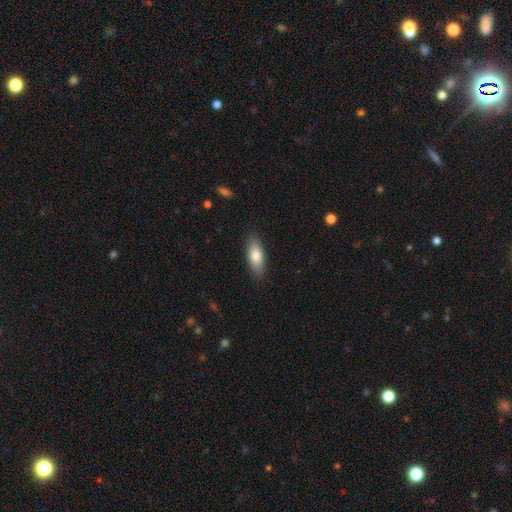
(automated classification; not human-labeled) smooth-or-featured: smooth: 78% | featured or disk: 15% | star or artifact: 6%
  how-rounded: in between: 74% | cigar-shaped: 24% | round: 2%
  merging: none: 87% | minor disturbance: 10% | major disturbance: 2% | merger: 1%